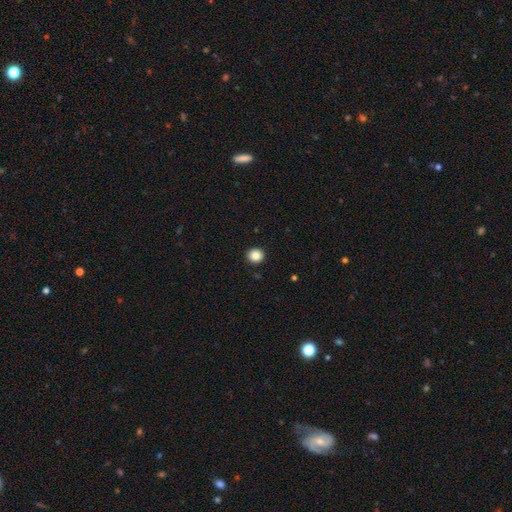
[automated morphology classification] This appears to be a smooth galaxy with no disk features (86%) that is round (89%). Merging: none (93%).